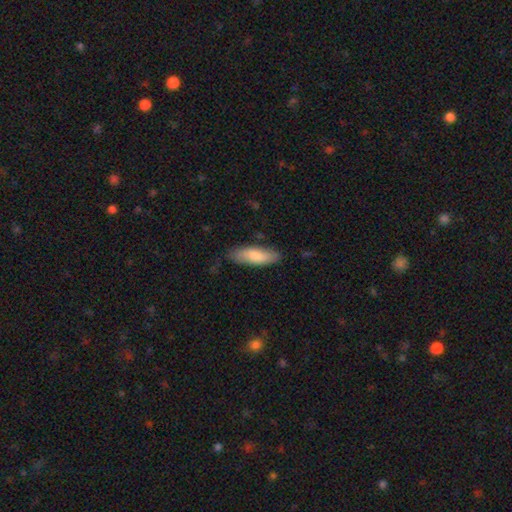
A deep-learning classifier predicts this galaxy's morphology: Q: Smooth or featured?
A: smooth (80%); runner-up: featured or disk (14%)
Q: How rounded?
A: in between (56%); runner-up: cigar-shaped (42%)
Q: Merging?
A: none (76%); runner-up: minor disturbance (19%)